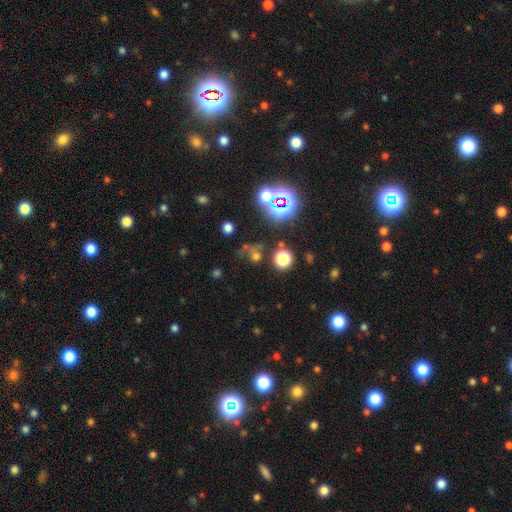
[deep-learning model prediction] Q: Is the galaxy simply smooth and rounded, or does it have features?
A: star or artifact — 74%.